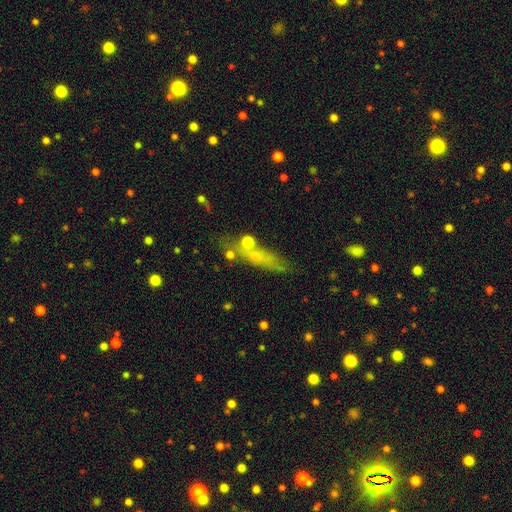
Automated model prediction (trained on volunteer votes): The model was most divided on "smooth or featured": smooth: 50%, featured or disk: 33%, star or artifact: 17%. More confident: how rounded — cigar-shaped (67%); merging — none (58%).